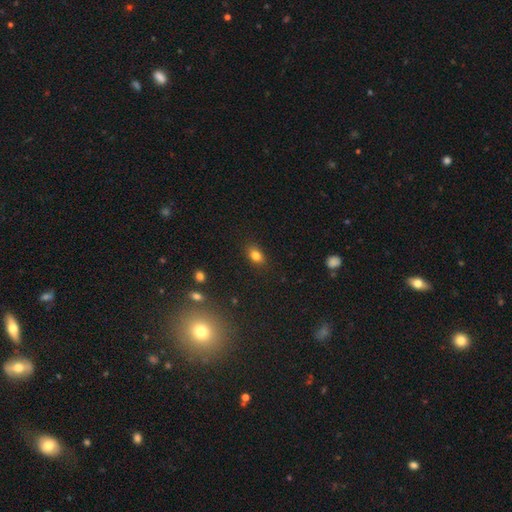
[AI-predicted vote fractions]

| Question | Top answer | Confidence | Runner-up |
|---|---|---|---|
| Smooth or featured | smooth | 81% | star or artifact (12%) |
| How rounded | in between | 75% | round (22%) |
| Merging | none | 85% | minor disturbance (11%) |